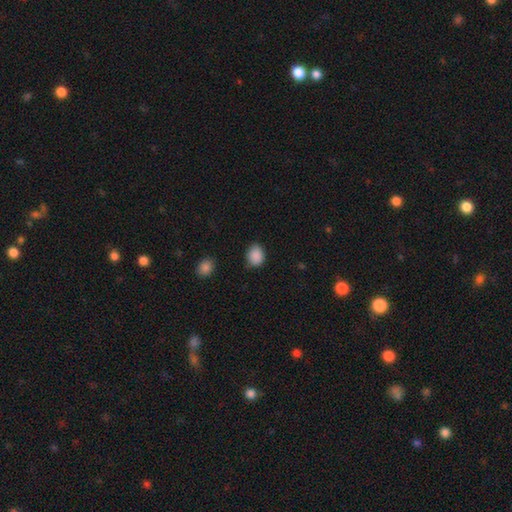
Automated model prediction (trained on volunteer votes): Smooth or featured? Predicted: smooth (p=0.88). How rounded? Predicted: in between (p=0.50). Merging? Predicted: none (p=0.77).